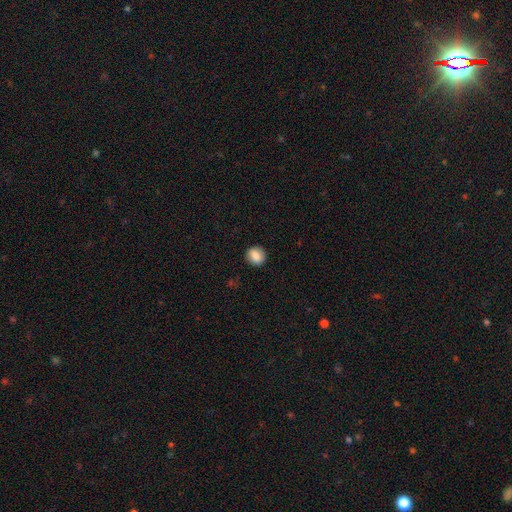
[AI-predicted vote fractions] Overall: smooth (82%). How rounded: round (77%). Merging: none (88%).